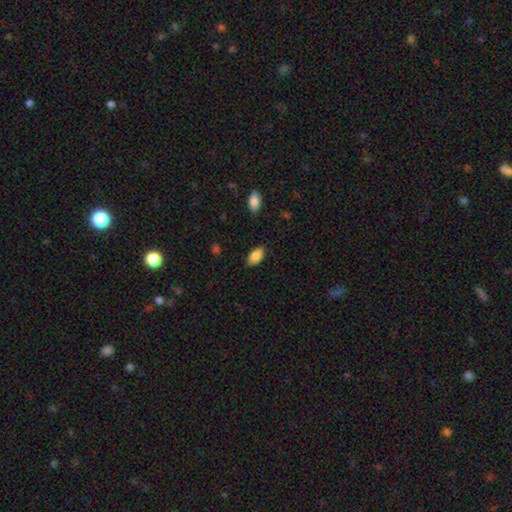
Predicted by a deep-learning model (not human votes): Smooth or featured? smooth (87%)
How rounded? in between (93%)
Merging? none (86%)